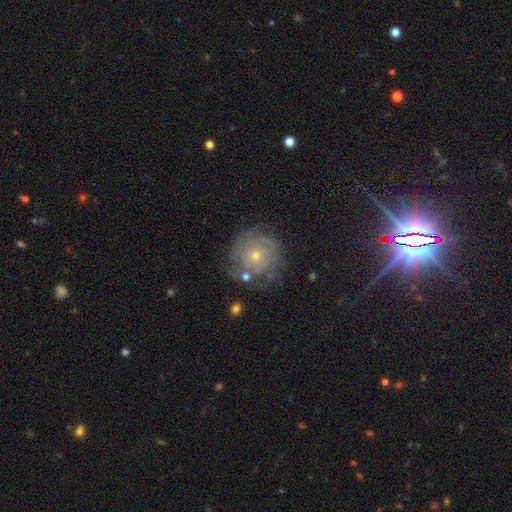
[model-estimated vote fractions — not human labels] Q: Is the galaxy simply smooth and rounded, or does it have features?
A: featured or disk — 71%.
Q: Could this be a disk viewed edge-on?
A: no — 97%.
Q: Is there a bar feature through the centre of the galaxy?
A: no — 84%.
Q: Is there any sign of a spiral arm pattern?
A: yes — 88%.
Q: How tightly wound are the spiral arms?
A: tight — 77%.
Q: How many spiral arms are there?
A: can't tell — 47%.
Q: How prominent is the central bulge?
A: small — 60%.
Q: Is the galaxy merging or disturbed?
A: none — 73%.